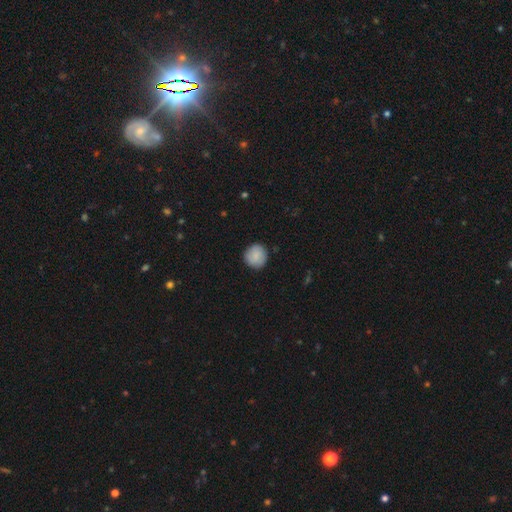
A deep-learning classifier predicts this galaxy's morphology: Smooth or featured? Predicted: smooth (p=0.86). How rounded? Predicted: round (p=0.94). Merging? Predicted: none (p=0.89).